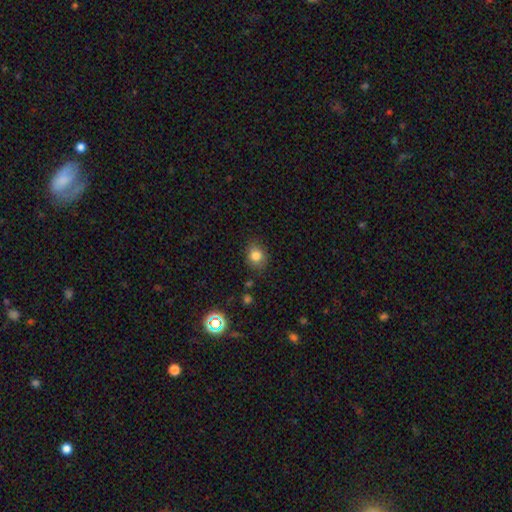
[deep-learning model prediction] Overall: smooth (81%). How rounded: round (60%; in between 39%). Merging: none (82%).